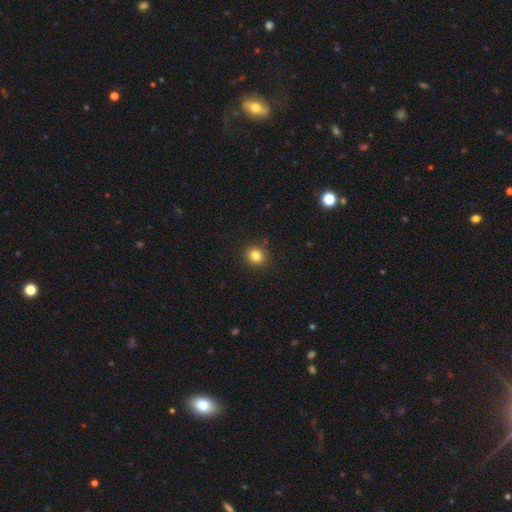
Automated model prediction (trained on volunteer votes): Morphology: type=smooth (83%); roundness=round (86%); merging=none (88%).